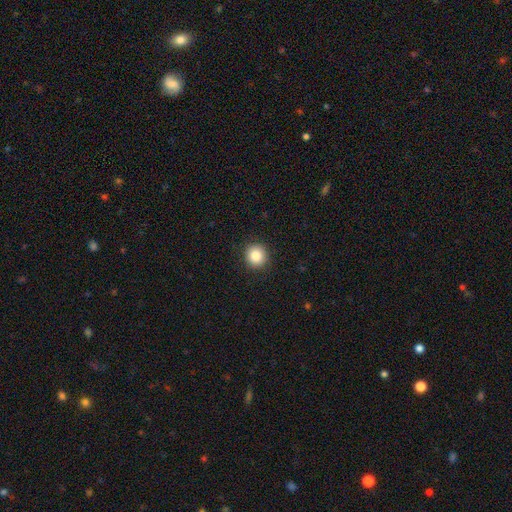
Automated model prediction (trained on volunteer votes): smooth 85%, star or artifact 10%, featured or disk 5%. Down the decision tree: how rounded — round (91%); merging — none (92%).